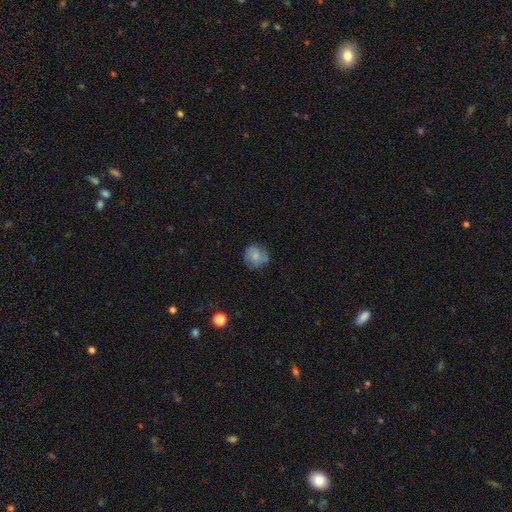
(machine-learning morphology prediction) smooth_or_featured: smooth (p=0.72) [alt: featured or disk p=0.18]
how_rounded: round (p=0.83) [alt: in between p=0.16]
merging: none (p=0.68) [alt: minor disturbance p=0.23]